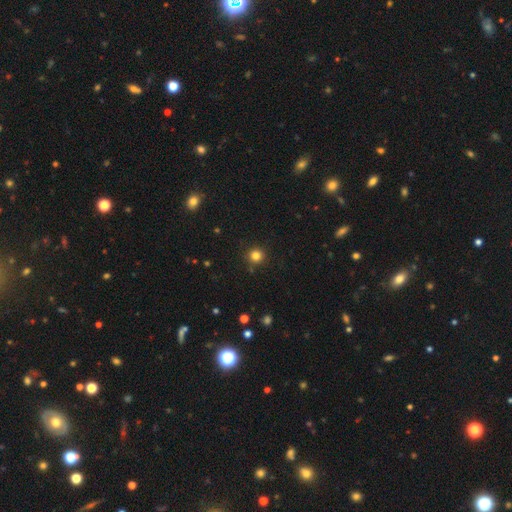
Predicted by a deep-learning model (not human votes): Q: Smooth or featured?
A: smooth (82%); runner-up: star or artifact (14%)
Q: How rounded?
A: round (94%); runner-up: in between (5%)
Q: Merging?
A: none (89%); runner-up: minor disturbance (7%)